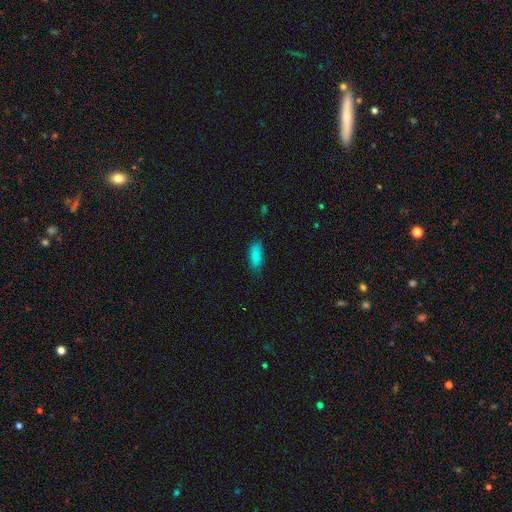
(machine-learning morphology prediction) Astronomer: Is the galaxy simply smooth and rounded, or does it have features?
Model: smooth — 87%.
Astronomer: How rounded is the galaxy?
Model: in between — 77%.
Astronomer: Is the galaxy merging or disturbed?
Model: none — 80%.